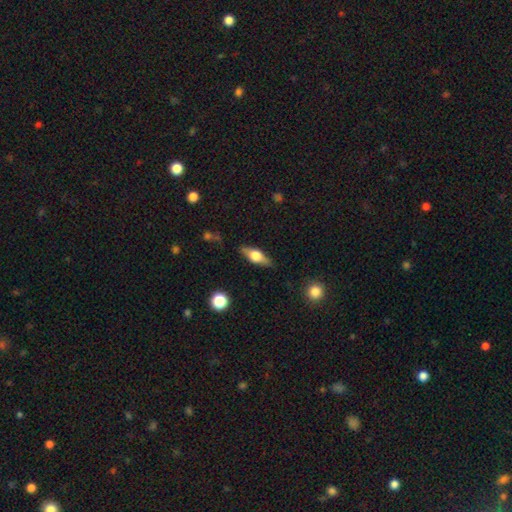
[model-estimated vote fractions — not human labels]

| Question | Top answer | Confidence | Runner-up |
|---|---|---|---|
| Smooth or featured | featured or disk | 50% | smooth (43%) |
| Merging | none | 84% | minor disturbance (11%) |